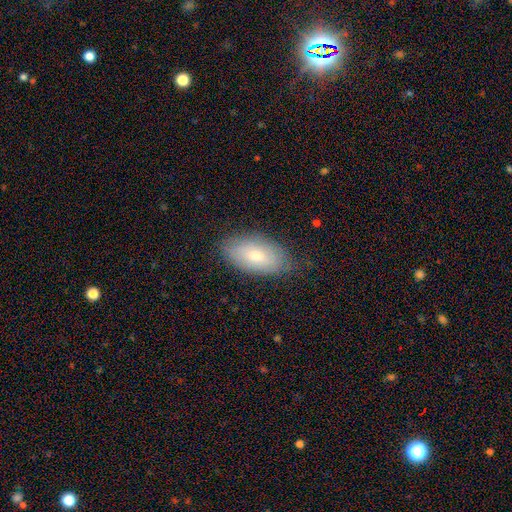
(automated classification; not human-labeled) Smooth or featured: smooth — 67% (featured or disk — 26%)
How rounded: in between — 93% (round — 4%)
Merging: none — 77% (minor disturbance — 18%)